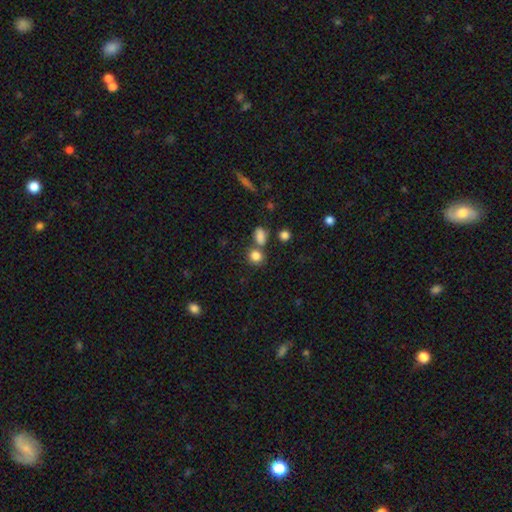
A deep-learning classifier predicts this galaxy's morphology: Smooth or featured? Predicted: smooth (p=0.83). How rounded? Predicted: round (p=0.76). Merging? Predicted: none (p=0.60).